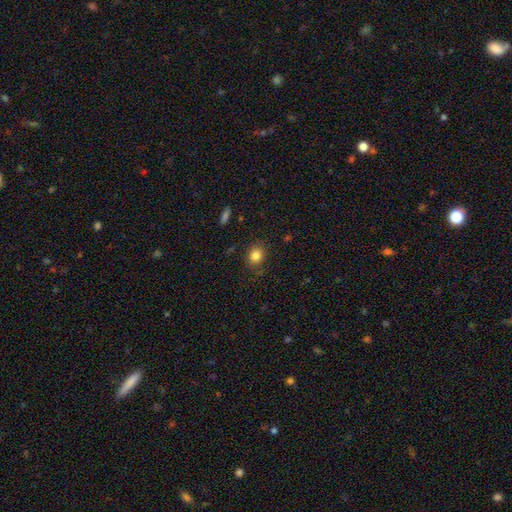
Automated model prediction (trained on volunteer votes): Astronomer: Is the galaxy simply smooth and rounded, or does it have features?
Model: smooth — 83%.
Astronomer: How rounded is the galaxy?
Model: round — 69%.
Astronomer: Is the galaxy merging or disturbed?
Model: none — 83%.